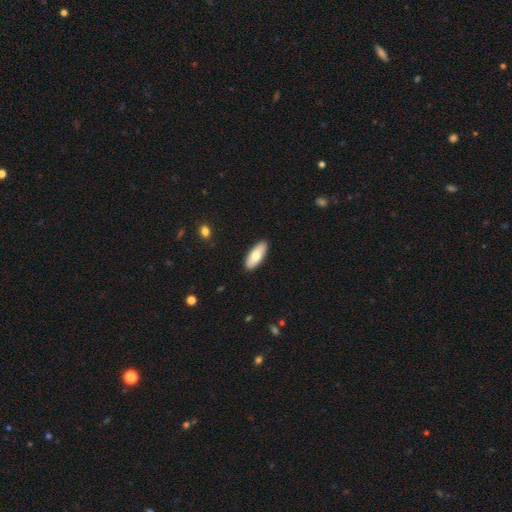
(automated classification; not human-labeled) A smooth galaxy with no disk features (74%) that is in between round and cigar-shaped (76%). Merging: none (90%).